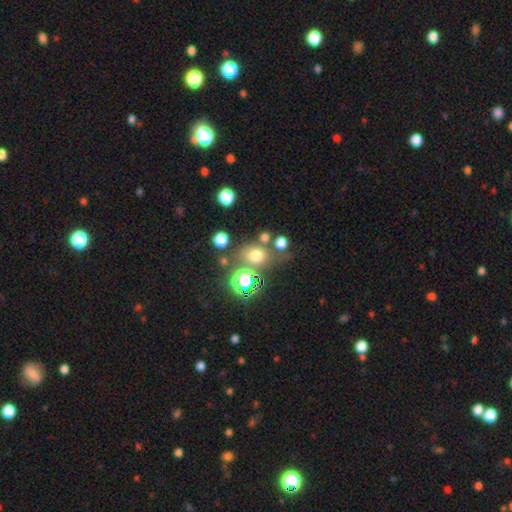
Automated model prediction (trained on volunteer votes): smooth-or-featured: smooth: 64% | star or artifact: 24% | featured or disk: 12%
  how-rounded: round: 55% | in between: 43% | cigar-shaped: 2%
  merging: none: 63% | merger: 15% | minor disturbance: 14% | major disturbance: 8%